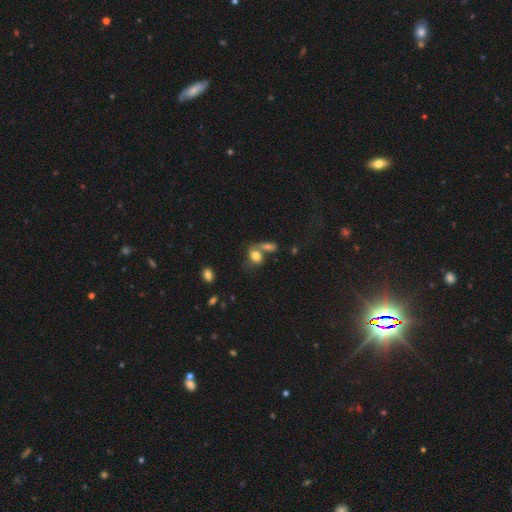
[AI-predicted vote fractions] Smooth or featured? smooth (76%)
How rounded? in between (66%)
Merging? merger (45%)